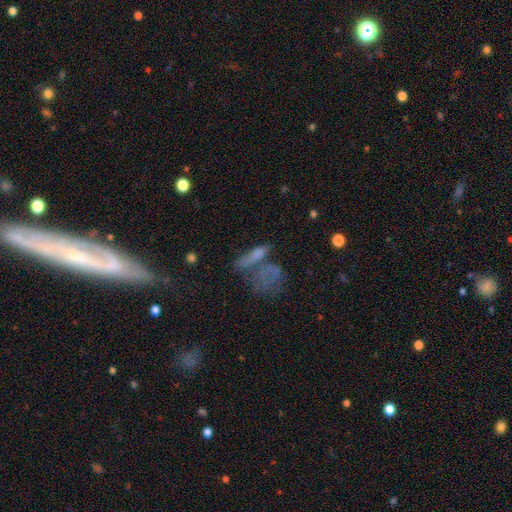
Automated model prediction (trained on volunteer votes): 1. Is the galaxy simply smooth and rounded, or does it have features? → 59% smooth, 26% featured or disk, 16% star or artifact.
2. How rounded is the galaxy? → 46% cigar-shaped, 39% in between, 16% round.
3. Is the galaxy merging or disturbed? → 38% none, 29% merger, 18% major disturbance, 16% minor disturbance.